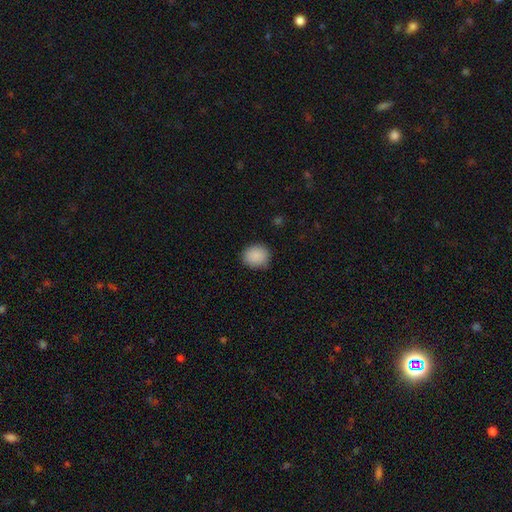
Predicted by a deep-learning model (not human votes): Smooth or featured? smooth (89%)
How rounded? round (78%)
Merging? none (86%)